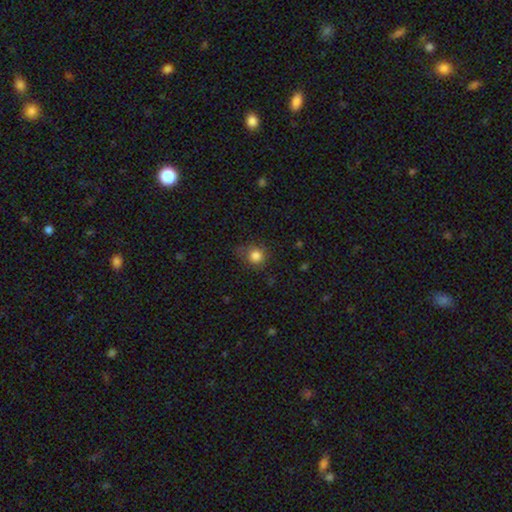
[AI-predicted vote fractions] Q: Smooth or featured?
A: smooth (83%); runner-up: star or artifact (11%)
Q: How rounded?
A: round (83%); runner-up: in between (16%)
Q: Merging?
A: none (68%); runner-up: minor disturbance (22%)